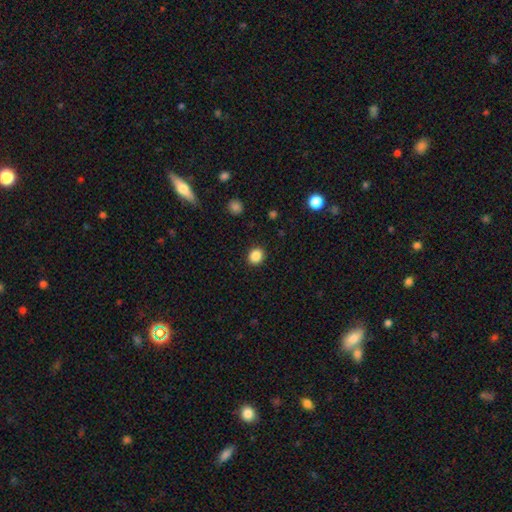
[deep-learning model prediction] A smooth galaxy with no disk features (87%) that is round (77%). Merging: none (91%).